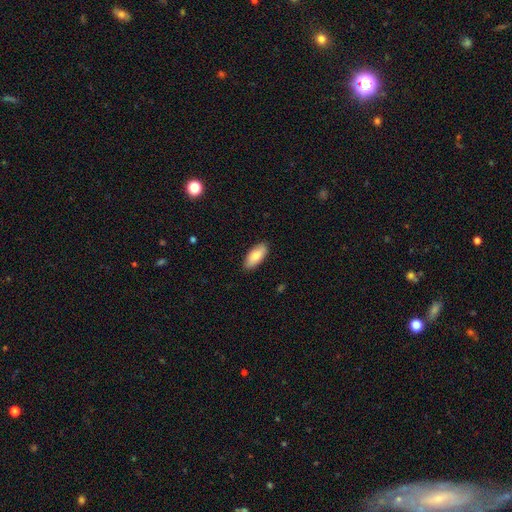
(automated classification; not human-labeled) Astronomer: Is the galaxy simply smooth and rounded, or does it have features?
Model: smooth — 80%.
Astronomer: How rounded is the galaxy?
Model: in between — 87%.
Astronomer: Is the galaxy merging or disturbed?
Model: none — 89%.